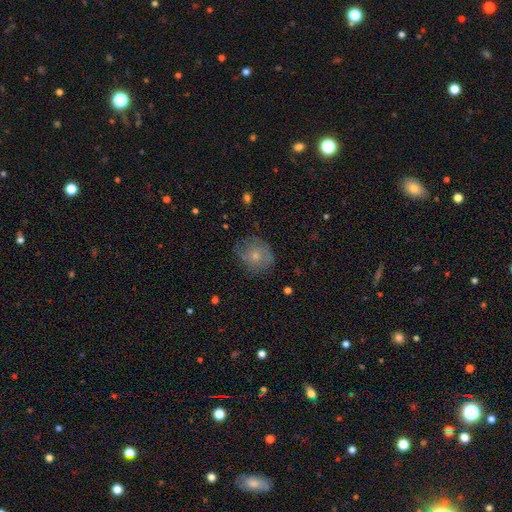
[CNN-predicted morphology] The model was most divided on "smooth or featured": smooth: 57%, featured or disk: 32%, star or artifact: 10%. More confident: how rounded — round (76%); merging — none (65%).